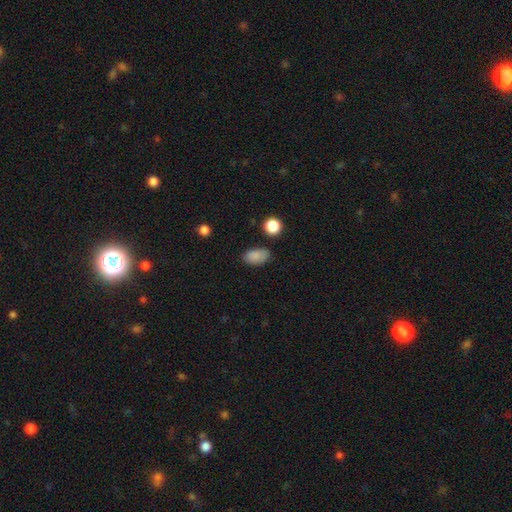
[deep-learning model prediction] Smooth or featured? Predicted: smooth (p=0.86). How rounded? Predicted: in between (p=0.90). Merging? Predicted: none (p=0.77).